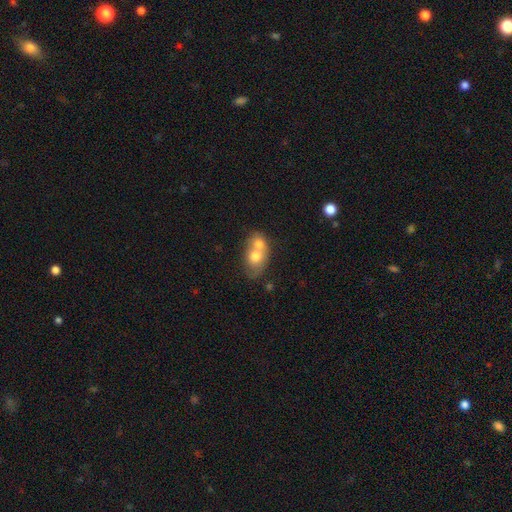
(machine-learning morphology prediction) Q: Smooth or featured?
A: smooth (67%); runner-up: featured or disk (25%)
Q: How rounded?
A: in between (62%); runner-up: round (36%)
Q: Merging?
A: merger (71%); runner-up: none (18%)